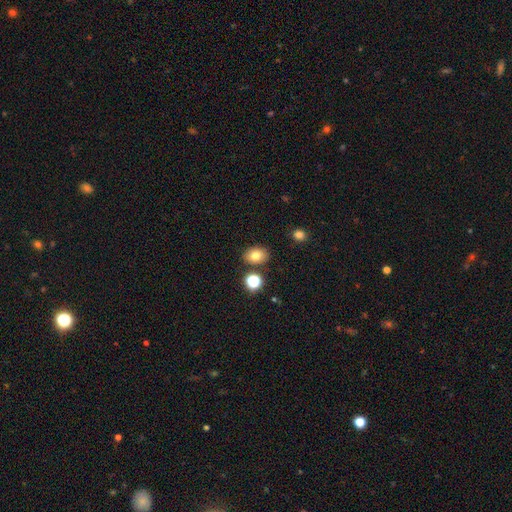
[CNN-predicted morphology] This appears to be a smooth galaxy with no disk features (77%) that is in between round and cigar-shaped (63%). Merging: none (82%).